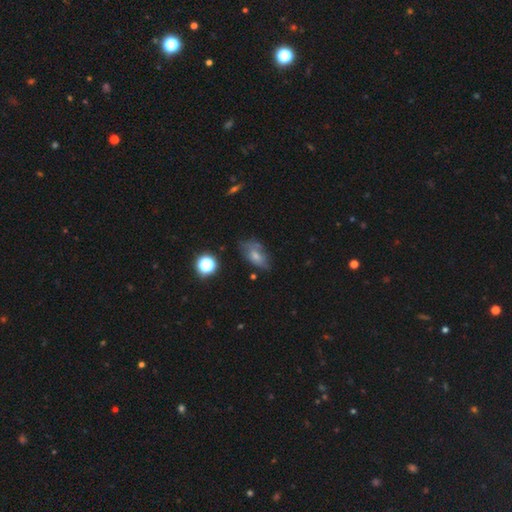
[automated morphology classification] This is likely a smooth galaxy (62%). How rounded: clearly in between (86%). Merging: possibly none (48%).